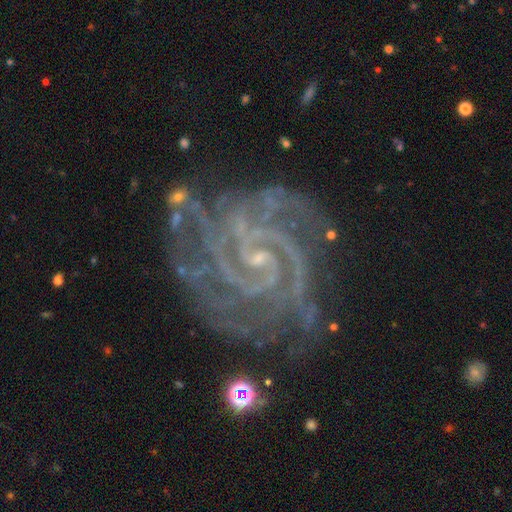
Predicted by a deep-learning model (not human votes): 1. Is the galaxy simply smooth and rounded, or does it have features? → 91% featured or disk, 6% star or artifact, 3% smooth.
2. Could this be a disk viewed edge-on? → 98% no, 2% yes.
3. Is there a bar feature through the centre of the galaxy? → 43% no, 38% weak, 19% strong.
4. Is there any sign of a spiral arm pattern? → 99% yes, 1% no.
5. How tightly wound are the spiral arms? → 73% tight, 23% medium, 3% loose.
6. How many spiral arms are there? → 23% 2, 21% 3, 20% 4, 15% can't tell, 12% more than 4, 9% 1.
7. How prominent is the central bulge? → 82% small, 8% none, 8% moderate, 1% large, 1% dominant.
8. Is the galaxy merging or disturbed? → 72% none, 17% minor disturbance, 8% major disturbance, 3% merger.